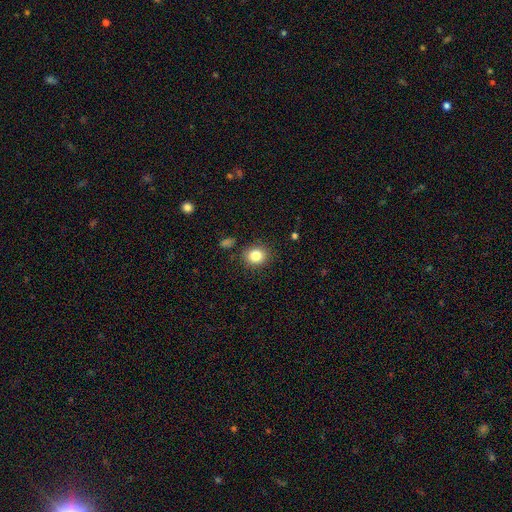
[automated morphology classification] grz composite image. It shows a smooth galaxy with no disk features (83%) that is round (71%). Merging: none (86%).